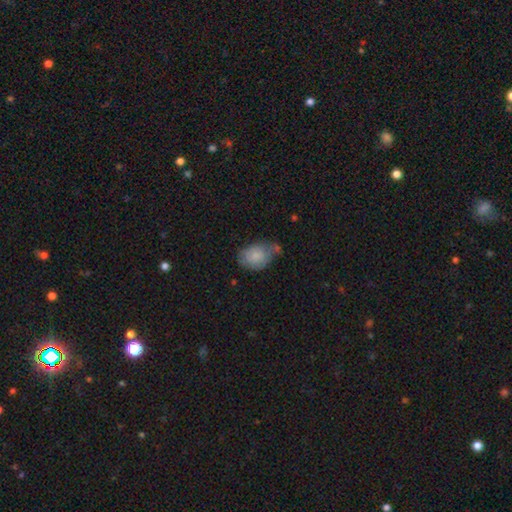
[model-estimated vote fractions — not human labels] smooth 81%, featured or disk 12%, star or artifact 7%. Down the decision tree: how rounded — in between (78%); merging — none (42%).